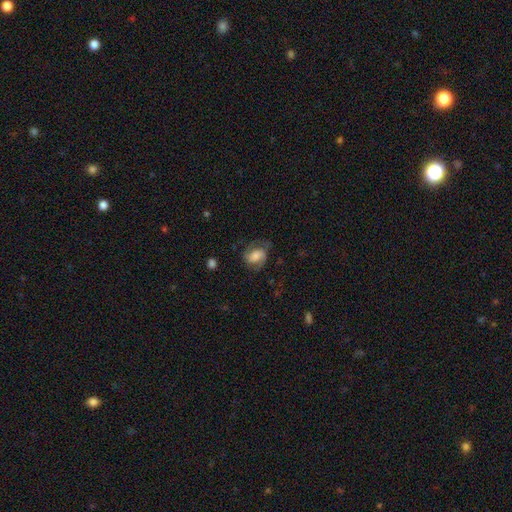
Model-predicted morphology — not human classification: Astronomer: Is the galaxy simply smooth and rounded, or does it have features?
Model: featured or disk — 63%.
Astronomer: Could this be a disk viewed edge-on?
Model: no — 97%.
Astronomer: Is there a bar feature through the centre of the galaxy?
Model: no — 41% (runner-up: weak, 40%).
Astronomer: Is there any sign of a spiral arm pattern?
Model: yes — 91%.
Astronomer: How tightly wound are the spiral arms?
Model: medium — 50% (runner-up: loose, 26%).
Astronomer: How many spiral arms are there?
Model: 2 — 83%.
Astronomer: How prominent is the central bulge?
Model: moderate — 31% (runner-up: large, 28%).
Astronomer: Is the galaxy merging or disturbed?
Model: none — 62%.